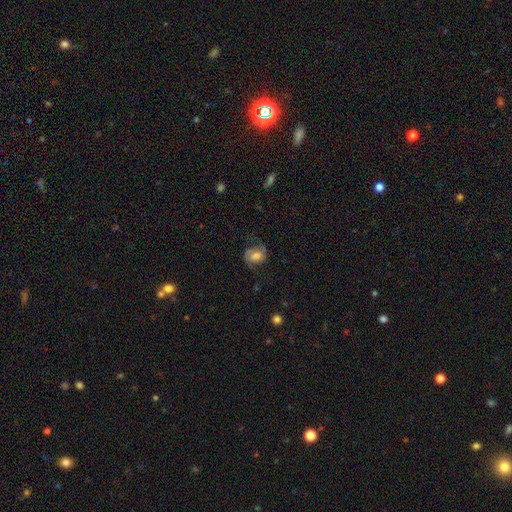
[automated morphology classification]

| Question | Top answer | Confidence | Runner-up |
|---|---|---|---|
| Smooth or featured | featured or disk | 51% | smooth (41%) |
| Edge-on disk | no | 97% | yes (3%) |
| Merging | none | 57% | minor disturbance (24%) |